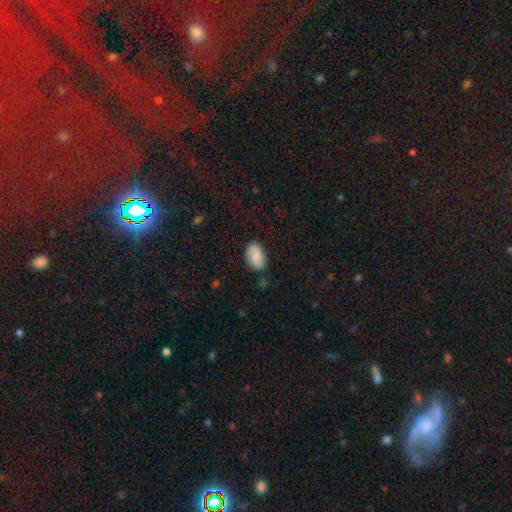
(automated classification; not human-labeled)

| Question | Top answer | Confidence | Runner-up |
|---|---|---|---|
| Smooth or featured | smooth | 84% | featured or disk (9%) |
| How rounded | in between | 92% | round (6%) |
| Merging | none | 81% | minor disturbance (14%) |